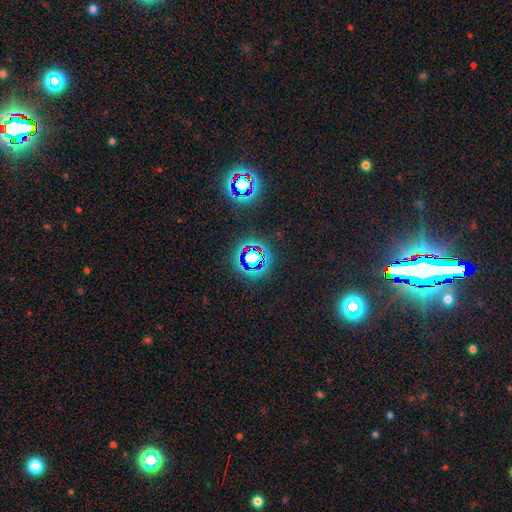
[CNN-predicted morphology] type=star or artifact (74%).